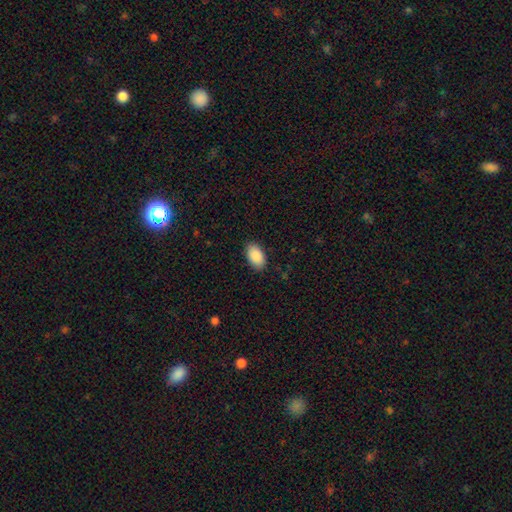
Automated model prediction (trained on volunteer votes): smooth_or_featured: smooth (p=0.90) [alt: star or artifact p=0.06]
how_rounded: in between (p=0.94) [alt: round p=0.05]
merging: none (p=0.87) [alt: minor disturbance p=0.10]